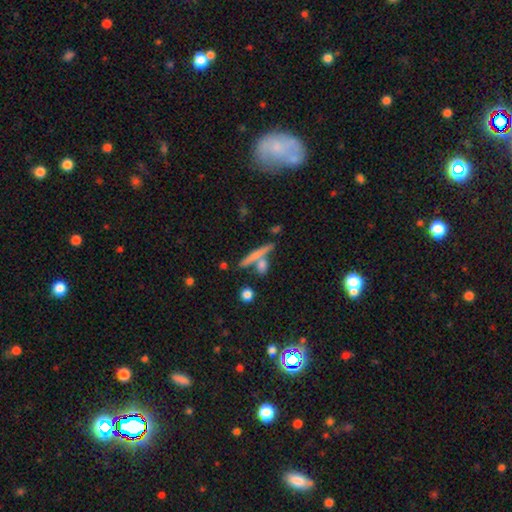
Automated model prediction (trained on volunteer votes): Overall: smooth (53%; featured or disk 38%). How rounded: cigar-shaped (84%). Merging: none (62%; merger 24%).